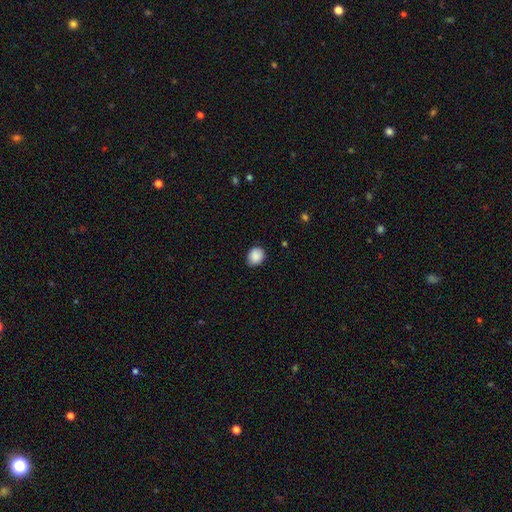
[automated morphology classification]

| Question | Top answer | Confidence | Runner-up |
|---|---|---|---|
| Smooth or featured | smooth | 89% | star or artifact (8%) |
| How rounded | round | 56% | in between (43%) |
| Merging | none | 86% | minor disturbance (11%) |